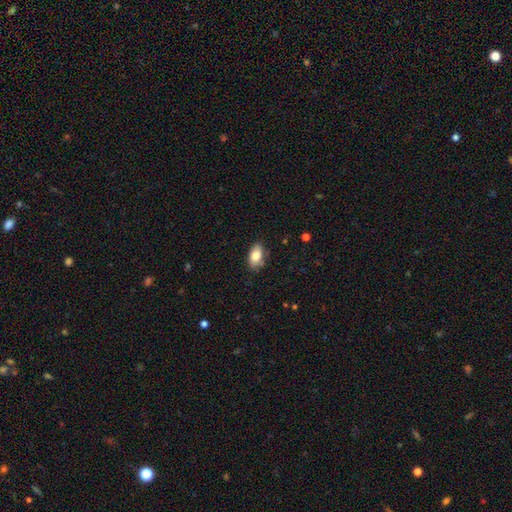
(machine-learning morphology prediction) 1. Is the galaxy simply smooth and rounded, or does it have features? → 82% smooth, 11% featured or disk, 7% star or artifact.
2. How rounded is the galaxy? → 92% in between, 6% round, 3% cigar-shaped.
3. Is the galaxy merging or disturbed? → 75% none, 20% minor disturbance, 3% major disturbance, 2% merger.